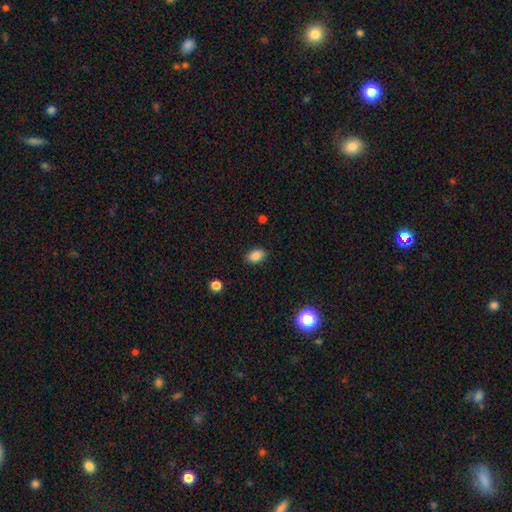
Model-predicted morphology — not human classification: Smooth or featured: smooth — 85% (star or artifact — 10%)
How rounded: in between — 82% (round — 17%)
Merging: none — 87% (minor disturbance — 10%)